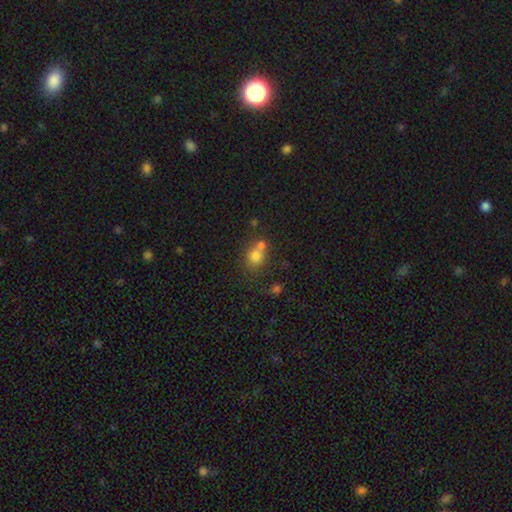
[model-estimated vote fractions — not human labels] Smooth or featured: smooth — 75% (star or artifact — 13%)
How rounded: round — 68% (in between — 31%)
Merging: merger — 47% (none — 38%)